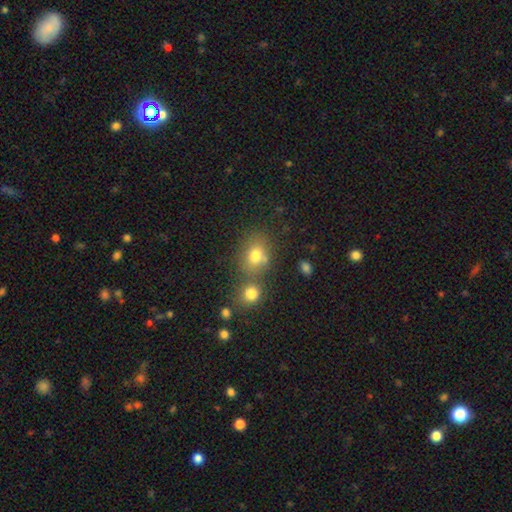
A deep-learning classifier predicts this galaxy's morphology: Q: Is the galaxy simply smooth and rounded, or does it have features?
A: smooth — 75%.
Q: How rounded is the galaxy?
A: in between — 50%.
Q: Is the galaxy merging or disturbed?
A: none — 53%.